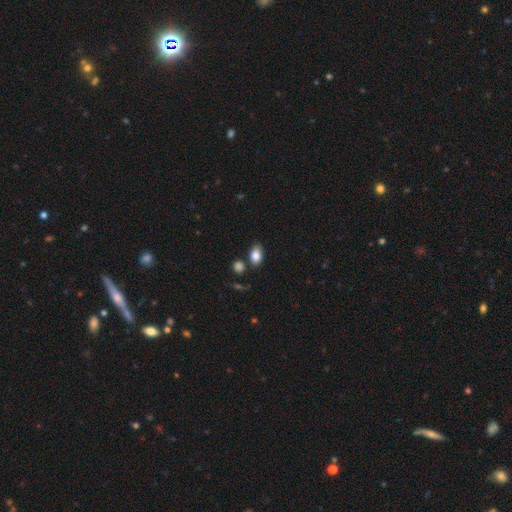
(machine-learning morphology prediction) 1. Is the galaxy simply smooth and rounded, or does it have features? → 83% smooth, 9% featured or disk, 8% star or artifact.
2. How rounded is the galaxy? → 86% in between, 12% round, 2% cigar-shaped.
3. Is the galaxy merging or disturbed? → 76% none, 14% minor disturbance, 8% merger, 3% major disturbance.